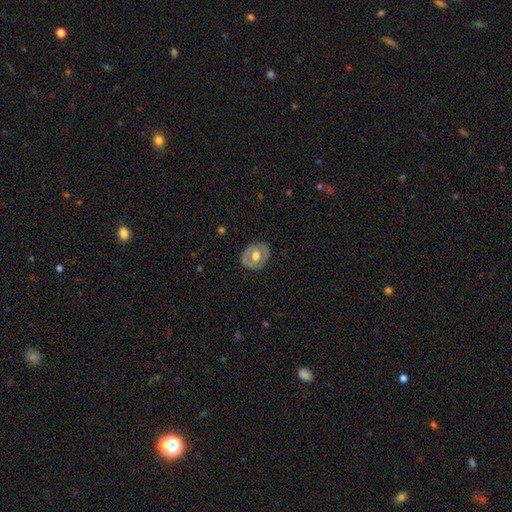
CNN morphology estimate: This appears to be a featured or disk galaxy (51%). Merging: none (81%).